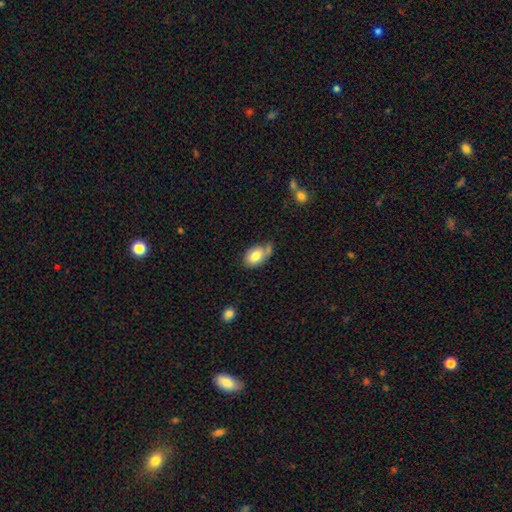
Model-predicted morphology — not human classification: This is likely a smooth galaxy (74%). How rounded: clearly in between (88%). Merging: possibly none (47%).